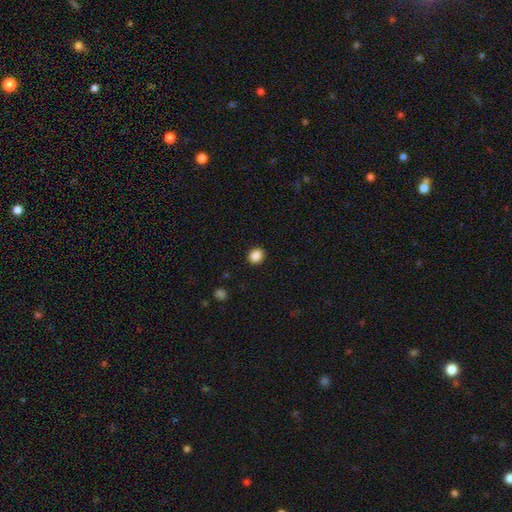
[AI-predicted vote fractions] Morphology: type=smooth (88%); roundness=round (66%); merging=none (90%).